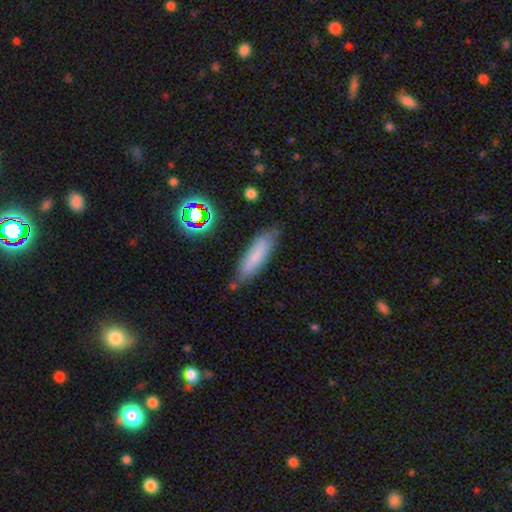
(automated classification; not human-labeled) This is likely a smooth galaxy (74%). How rounded: likely cigar-shaped (65%). Merging: likely none (77%).